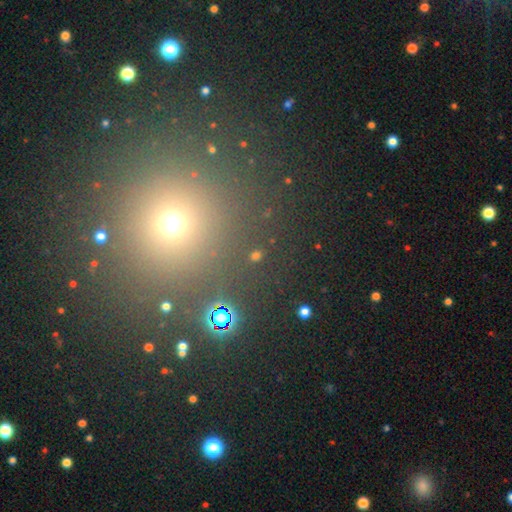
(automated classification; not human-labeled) Smooth or featured: smooth — 47% (star or artifact — 45%)
Merging: none — 85% (minor disturbance — 7%)